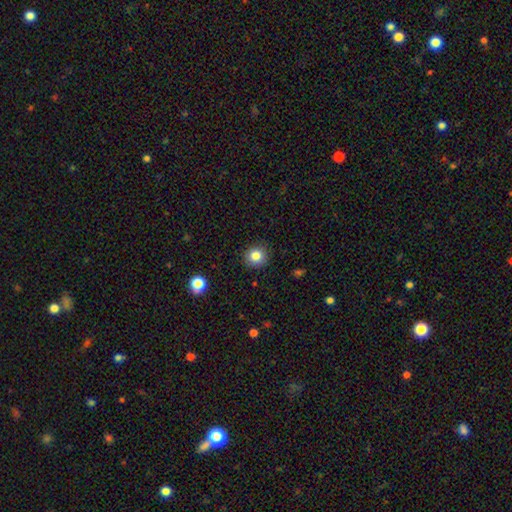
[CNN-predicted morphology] A smooth galaxy with no disk features (84%) that is round (91%).

Vote fractions:
- Smooth or featured? smooth: 84% / star or artifact: 11% / featured or disk: 6%
- How rounded? round: 91% / in between: 8% / cigar-shaped: 1%
- Merging? none: 90% / minor disturbance: 7% / major disturbance: 2% / merger: 1%